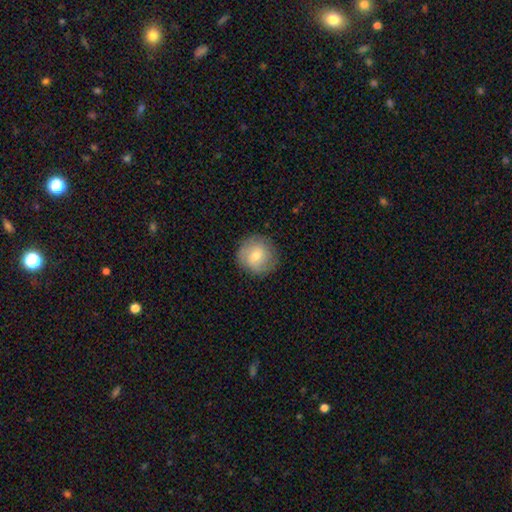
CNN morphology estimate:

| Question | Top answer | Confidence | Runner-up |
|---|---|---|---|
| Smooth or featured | smooth | 71% | featured or disk (21%) |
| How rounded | round | 92% | in between (7%) |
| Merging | none | 85% | minor disturbance (11%) |